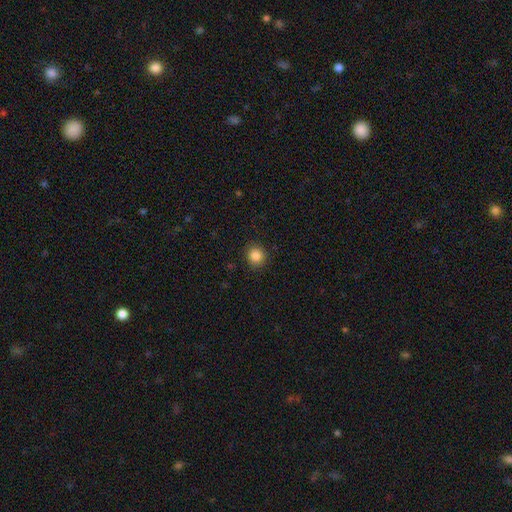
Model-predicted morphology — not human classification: The model was most divided on "smooth or featured": smooth: 85%, star or artifact: 11%, featured or disk: 4%. More confident: merging — none (90%); how rounded — round (89%).